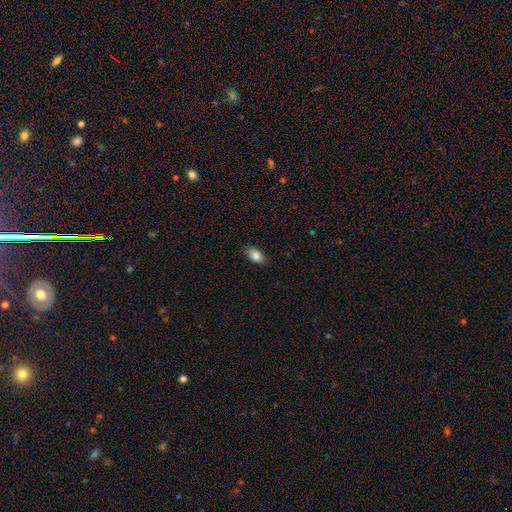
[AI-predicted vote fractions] smooth-or-featured: smooth: 85% | star or artifact: 8% | featured or disk: 7%
  how-rounded: in between: 89% | round: 8% | cigar-shaped: 2%
  merging: none: 85% | minor disturbance: 12% | major disturbance: 2% | merger: 1%